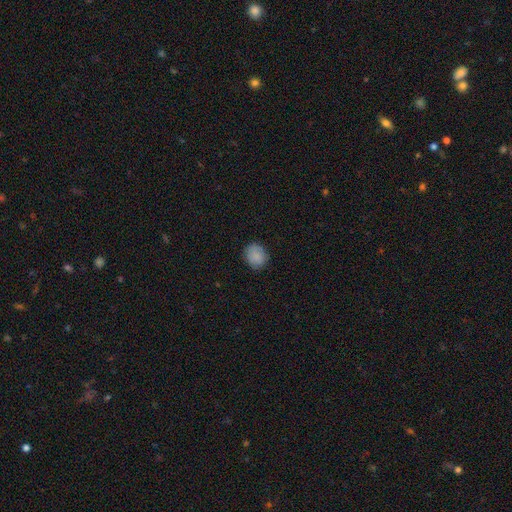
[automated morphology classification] smooth-or-featured: smooth: 85% | star or artifact: 8% | featured or disk: 6%
  how-rounded: round: 66% | in between: 33% | cigar-shaped: 1%
  merging: none: 81% | minor disturbance: 15% | major disturbance: 3% | merger: 1%